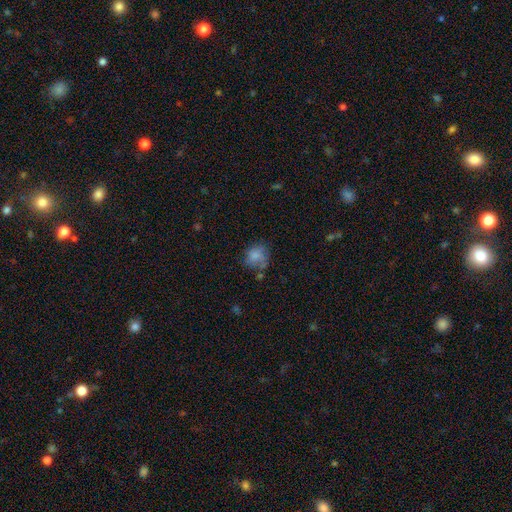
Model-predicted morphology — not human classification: Smooth or featured?
  - smooth: 73% *
  - featured or disk: 16%
  - star or artifact: 11%
How rounded?
  - round: 68% *
  - in between: 31%
  - cigar-shaped: 1%
Merging?
  - none: 52% *
  - minor disturbance: 26%
  - major disturbance: 14%
  - merger: 8%